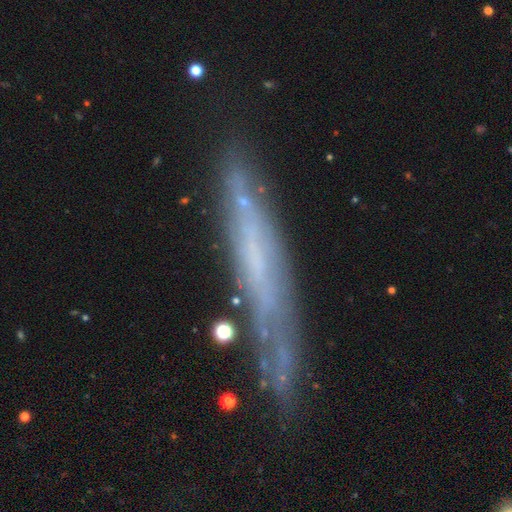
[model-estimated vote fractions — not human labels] A featured or disk galaxy (62%) viewed edge-on (75%).

Vote fractions:
- Smooth or featured? featured or disk: 62% / smooth: 28% / star or artifact: 9%
- Edge-on disk? yes: 75% / no: 25%
- Merging? none: 73% / minor disturbance: 19% / major disturbance: 6% / merger: 3%